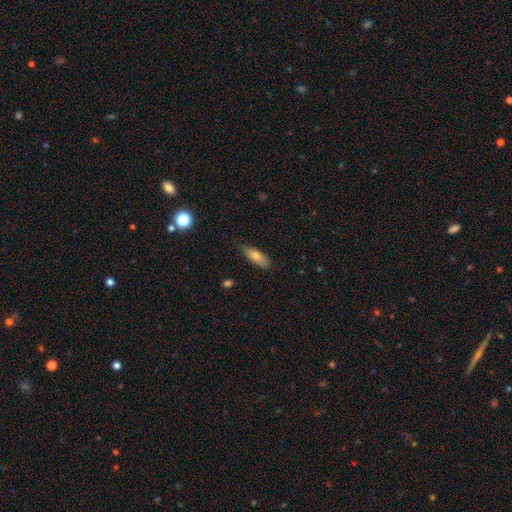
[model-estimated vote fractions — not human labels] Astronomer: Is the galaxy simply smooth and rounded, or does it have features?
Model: smooth — 73%.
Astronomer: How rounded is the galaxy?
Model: in between — 68%.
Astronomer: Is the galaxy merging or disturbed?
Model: none — 79%.